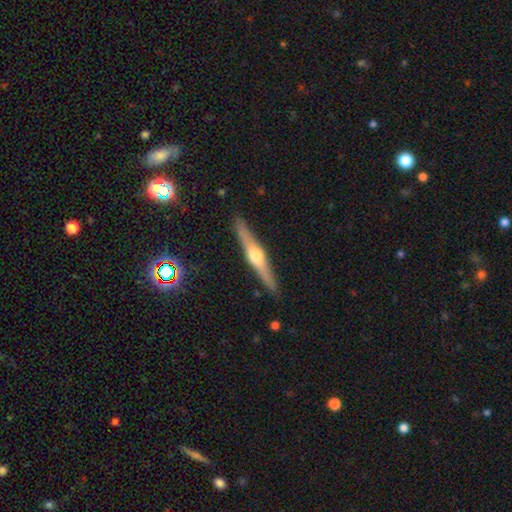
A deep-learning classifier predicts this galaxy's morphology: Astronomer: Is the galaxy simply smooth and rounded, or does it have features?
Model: featured or disk — 69%.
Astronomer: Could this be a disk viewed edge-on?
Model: yes — 97%.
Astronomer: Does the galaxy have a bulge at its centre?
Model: rounded — 93%.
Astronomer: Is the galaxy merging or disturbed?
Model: none — 90%.